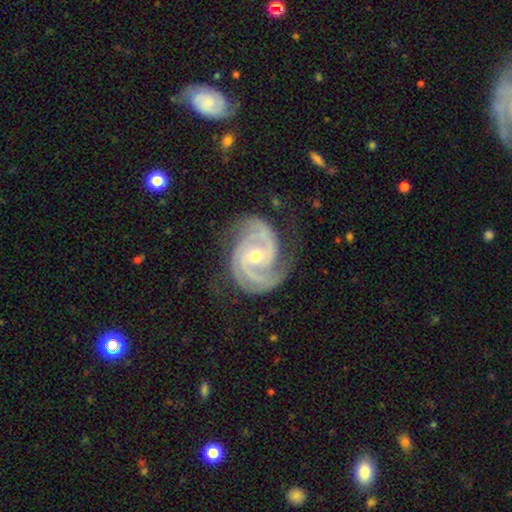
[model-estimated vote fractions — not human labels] A featured or disk galaxy (93%) with no bar (55%), 2 (52%) tight (55%) spiral arms (99%) and a moderate central bulge (54%). Merging: none (74%).